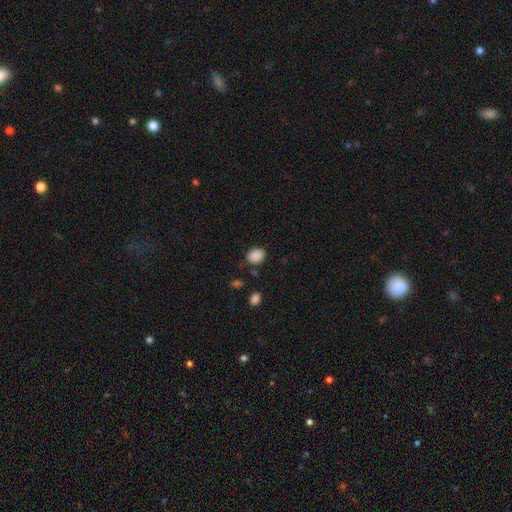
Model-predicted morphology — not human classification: Q: Smooth or featured?
A: smooth (88%); runner-up: star or artifact (9%)
Q: How rounded?
A: in between (58%); runner-up: round (42%)
Q: Merging?
A: none (82%); runner-up: minor disturbance (12%)